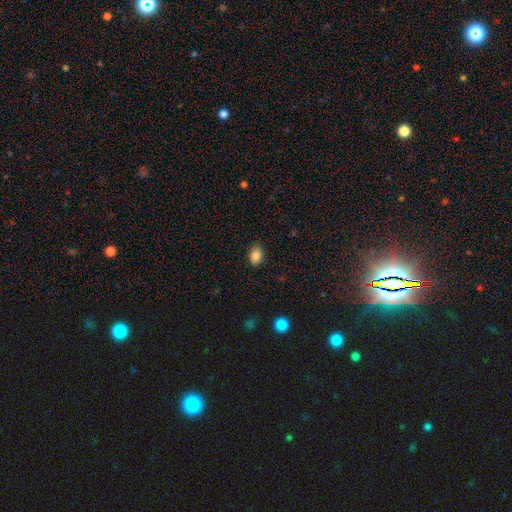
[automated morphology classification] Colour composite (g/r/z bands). It shows a smooth galaxy with no disk features (87%) that is in between round and cigar-shaped (80%). Merging: none (83%).